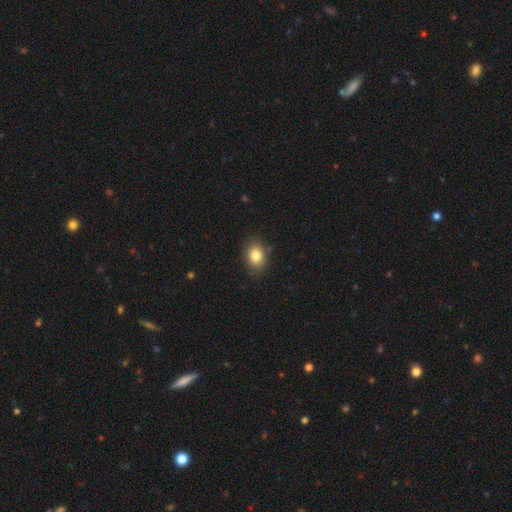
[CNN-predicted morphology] Smooth or featured: smooth — 83% (star or artifact — 10%)
How rounded: in between — 62% (round — 37%)
Merging: none — 84% (minor disturbance — 11%)